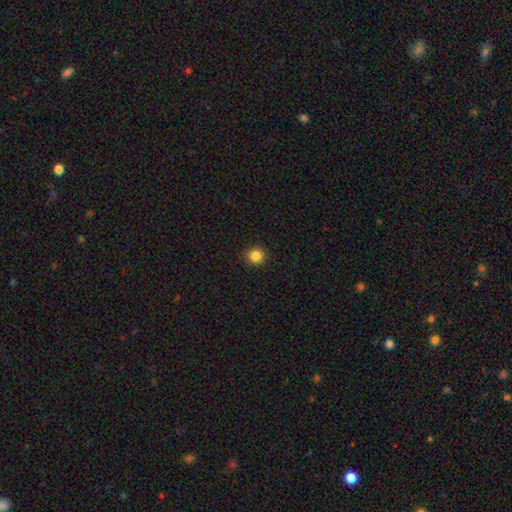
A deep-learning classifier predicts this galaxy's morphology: type=smooth (85%); roundness=round (91%); merging=none (93%).